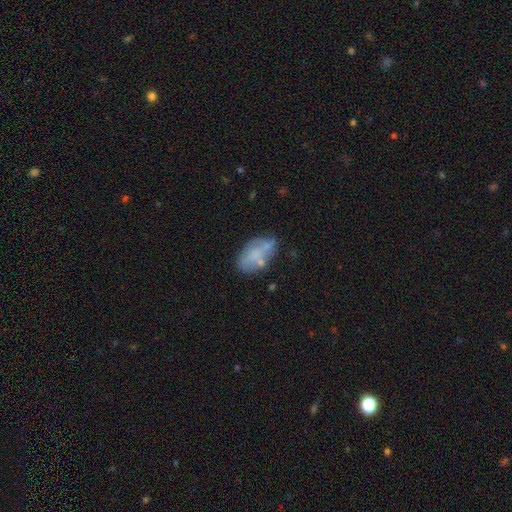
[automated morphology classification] A smooth galaxy with no disk features (55%) that is in between round and cigar-shaped (91%). Merging: none (49%).